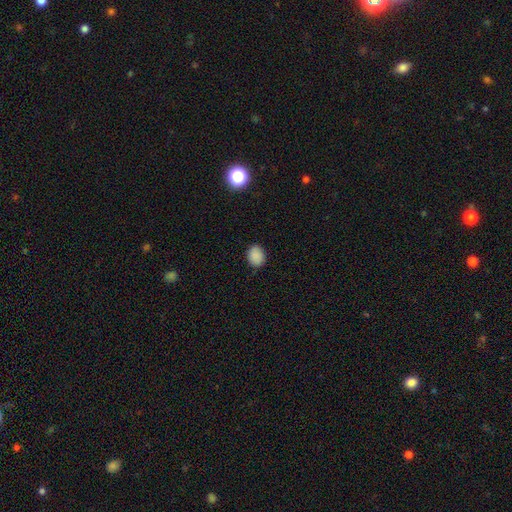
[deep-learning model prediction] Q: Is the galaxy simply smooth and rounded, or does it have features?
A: smooth — 88%.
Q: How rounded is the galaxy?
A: in between — 60%.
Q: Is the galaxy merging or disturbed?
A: none — 87%.